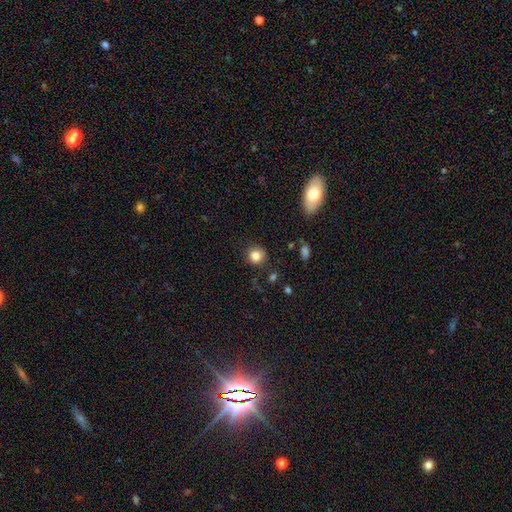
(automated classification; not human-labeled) Smooth or featured? smooth (83%)
How rounded? round (90%)
Merging? none (88%)